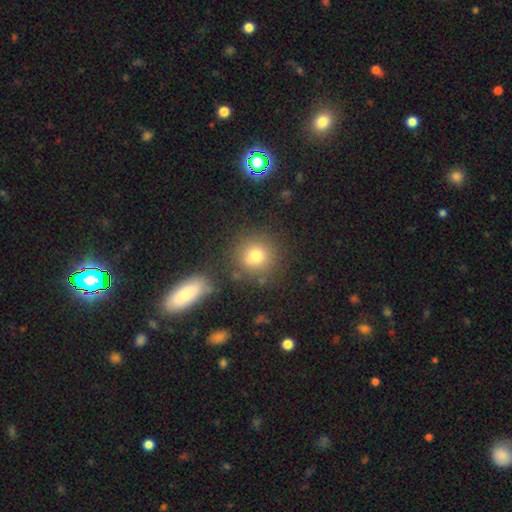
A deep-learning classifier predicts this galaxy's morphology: Smooth or featured?
  - smooth: 75% *
  - star or artifact: 14%
  - featured or disk: 11%
How rounded?
  - round: 88% *
  - in between: 10%
  - cigar-shaped: 1%
Merging?
  - none: 75% *
  - minor disturbance: 11%
  - merger: 9%
  - major disturbance: 5%